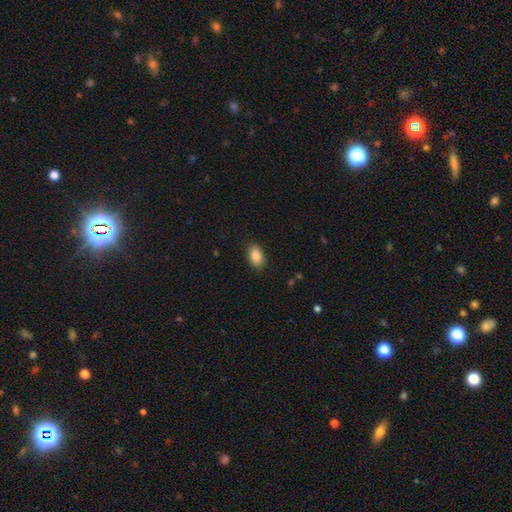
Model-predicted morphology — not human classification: Smooth or featured? smooth (86%)
How rounded? in between (89%)
Merging? none (87%)